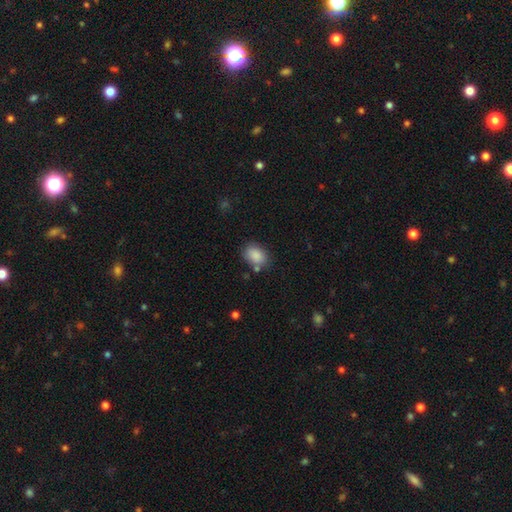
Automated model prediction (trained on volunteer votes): The model was most divided on "how rounded": in between: 78%, round: 21%, cigar-shaped: 1%. More confident: smooth or featured — smooth (88%); merging — none (75%).